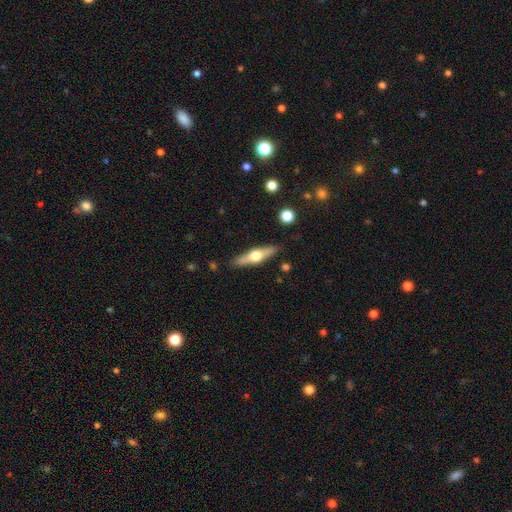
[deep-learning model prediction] A featured or disk galaxy (64%) viewed edge-on (95%) with a rounded central bulge (95%). Merging: none (88%).